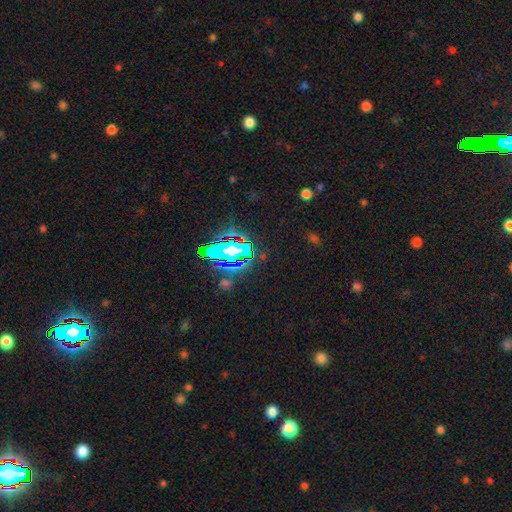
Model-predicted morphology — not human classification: This is likely a star or artifact rather than a galaxy (78%).